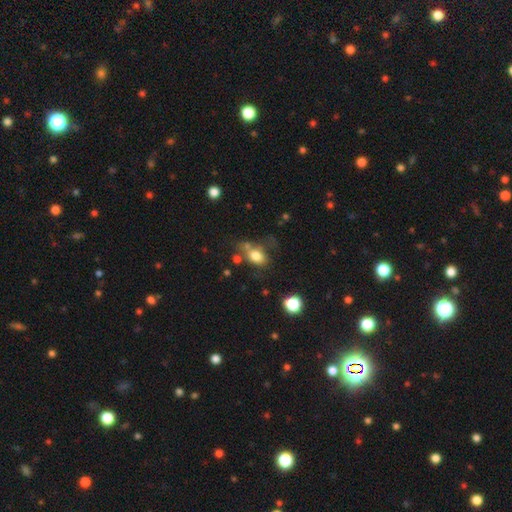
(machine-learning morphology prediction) A smooth galaxy with no disk features (77%) that is in between round and cigar-shaped (74%). Merging: none (44%).